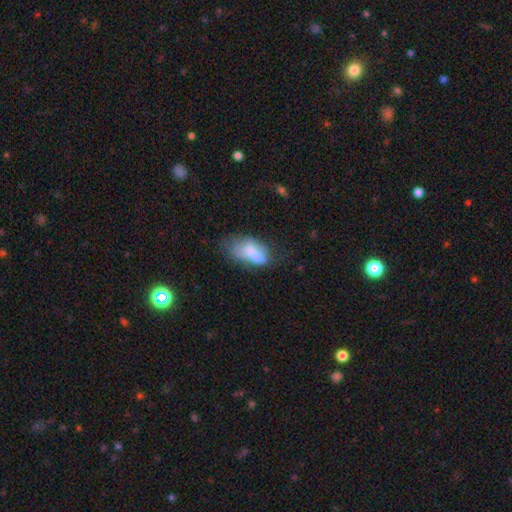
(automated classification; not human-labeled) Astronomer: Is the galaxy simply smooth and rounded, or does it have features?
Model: smooth — 54% (runner-up: featured or disk, 33%).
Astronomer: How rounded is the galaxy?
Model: in between — 84%.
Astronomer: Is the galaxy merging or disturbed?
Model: merger — 33% (runner-up: none, 28%).